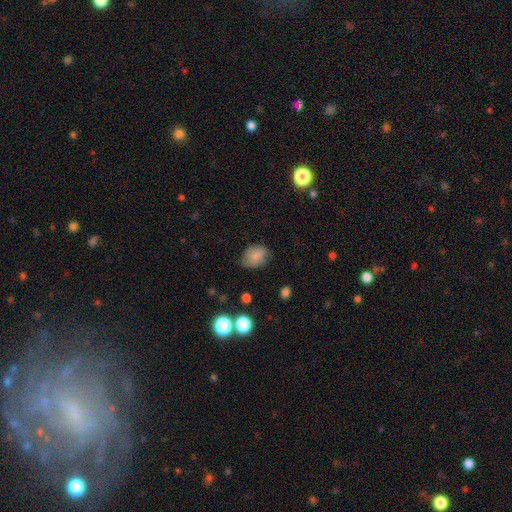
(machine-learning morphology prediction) A smooth galaxy with no disk features (81%) that is in between round and cigar-shaped (65%). Merging: none (68%).